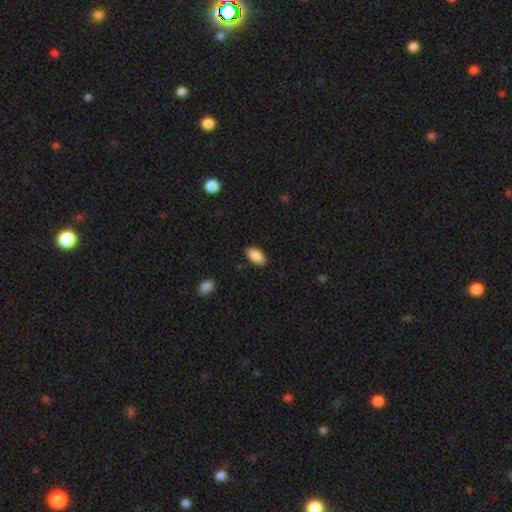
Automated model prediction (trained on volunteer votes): Morphology: type=smooth (89%); roundness=in between (93%); merging=none (86%).